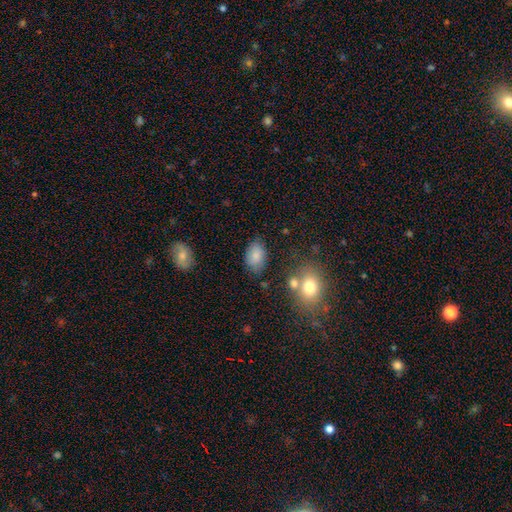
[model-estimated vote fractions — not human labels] The model was most divided on "merging": none: 74%, minor disturbance: 17%, major disturbance: 5%, merger: 5%. More confident: how rounded — in between (88%); smooth or featured — smooth (83%).